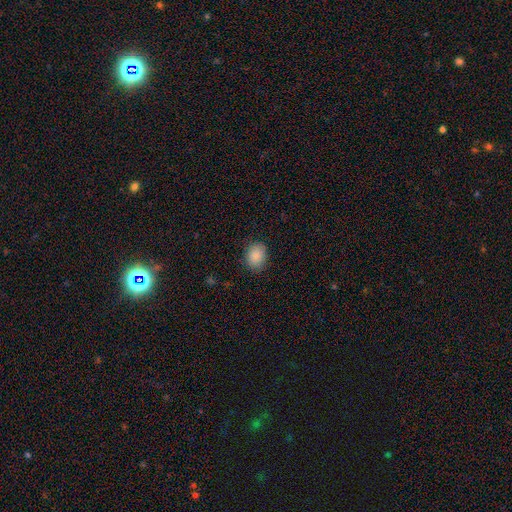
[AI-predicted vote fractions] This appears to be a smooth galaxy with no disk features (88%) that is in between round and cigar-shaped (53%). Merging: none (85%).